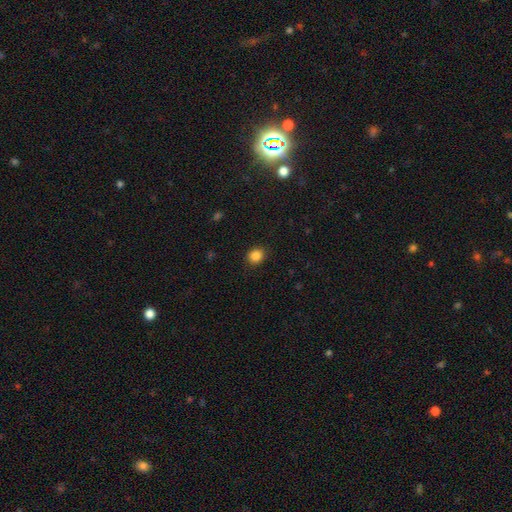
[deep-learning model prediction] smooth 86%, star or artifact 11%, featured or disk 3%. Down the decision tree: how rounded — round (75%); merging — none (88%).